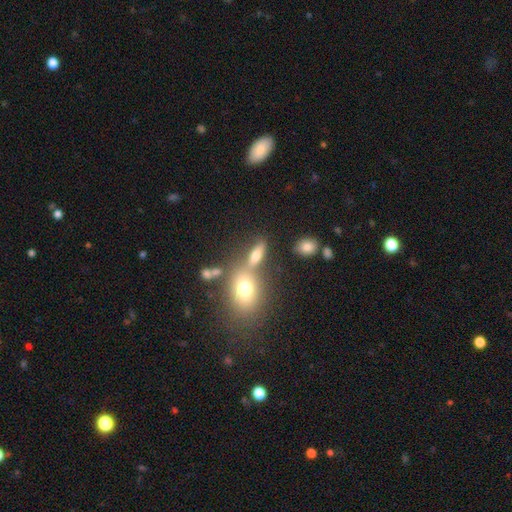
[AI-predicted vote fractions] A smooth galaxy with no disk features (63%) that is in between round and cigar-shaped (58%).

Vote fractions:
- Smooth or featured? smooth: 63% / featured or disk: 23% / star or artifact: 14%
- How rounded? in between: 58% / cigar-shaped: 27% / round: 15%
- Merging? none: 55% / merger: 27% / minor disturbance: 12% / major disturbance: 6%